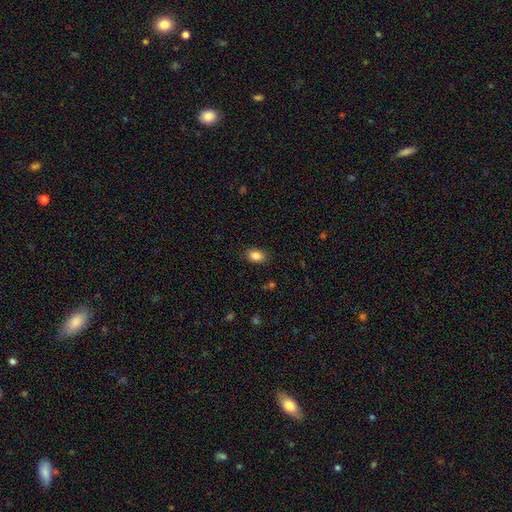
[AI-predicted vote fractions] smooth 86%, star or artifact 9%, featured or disk 5%. Down the decision tree: how rounded — in between (85%); merging — none (86%).